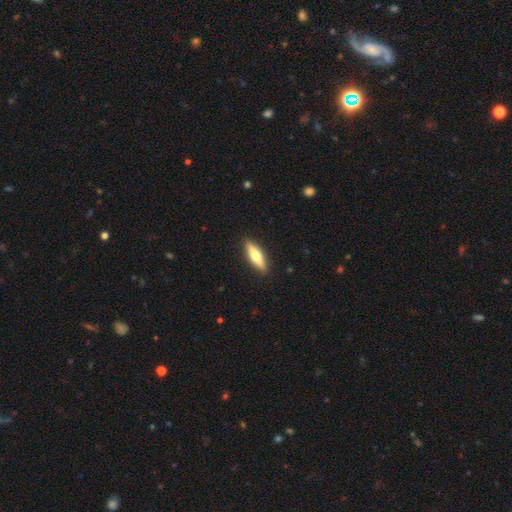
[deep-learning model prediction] Smooth or featured: smooth — 57% (featured or disk — 37%)
How rounded: cigar-shaped — 61% (in between — 37%)
Merging: none — 90% (minor disturbance — 8%)